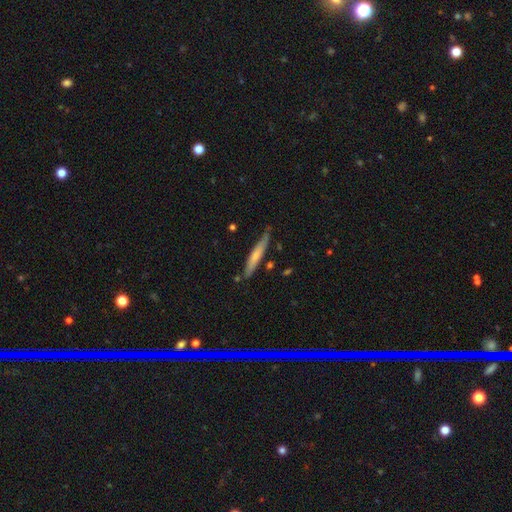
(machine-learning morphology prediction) smooth 59%, featured or disk 36%, star or artifact 5%. Down the decision tree: how rounded — cigar-shaped (93%); merging — none (76%).